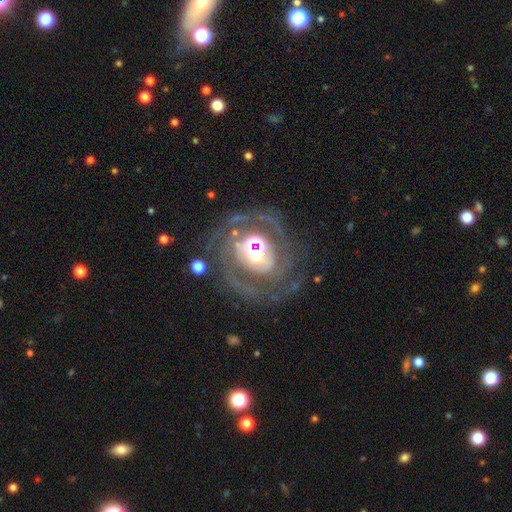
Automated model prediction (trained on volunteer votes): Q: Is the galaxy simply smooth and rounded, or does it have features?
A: featured or disk — 75%.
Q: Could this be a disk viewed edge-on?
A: no — 96%.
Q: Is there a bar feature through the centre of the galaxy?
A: no — 48%.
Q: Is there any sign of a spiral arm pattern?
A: yes — 75%.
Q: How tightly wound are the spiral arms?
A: tight — 51%.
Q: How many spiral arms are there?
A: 2 — 36%.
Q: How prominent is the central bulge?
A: moderate — 41%.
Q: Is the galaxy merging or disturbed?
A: none — 61%.